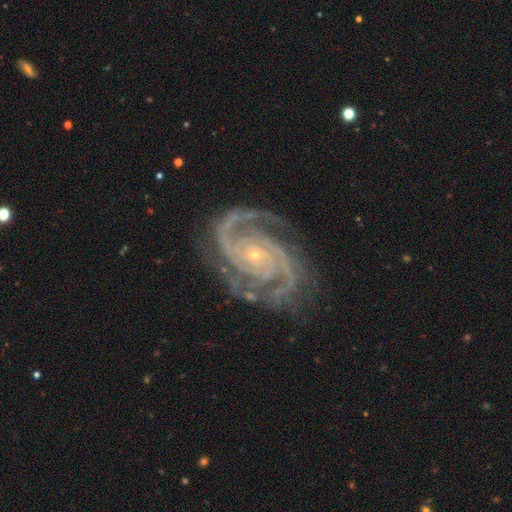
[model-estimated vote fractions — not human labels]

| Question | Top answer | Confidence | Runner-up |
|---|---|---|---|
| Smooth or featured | featured or disk | 93% | star or artifact (5%) |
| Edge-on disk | no | 98% | yes (2%) |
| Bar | no | 72% | weak (18%) |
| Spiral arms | yes | 99% | no (1%) |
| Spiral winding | tight | 55% | medium (40%) |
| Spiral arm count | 2 | 55% | 3 (22%) |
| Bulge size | small | 85% | moderate (11%) |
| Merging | none | 76% | minor disturbance (16%) |